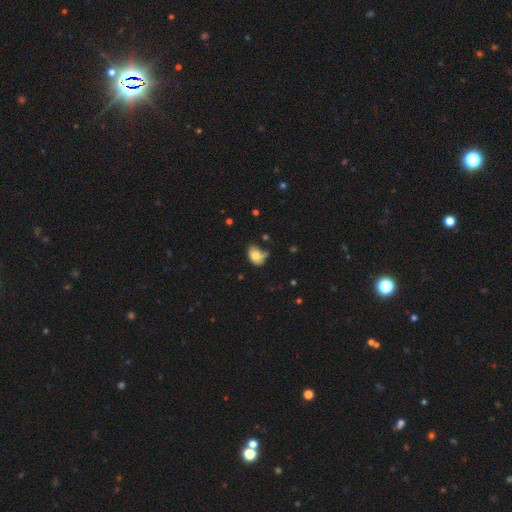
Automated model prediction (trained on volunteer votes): This is likely a smooth galaxy (76%). How rounded: likely in between (76%). Merging: marginally none (44%).